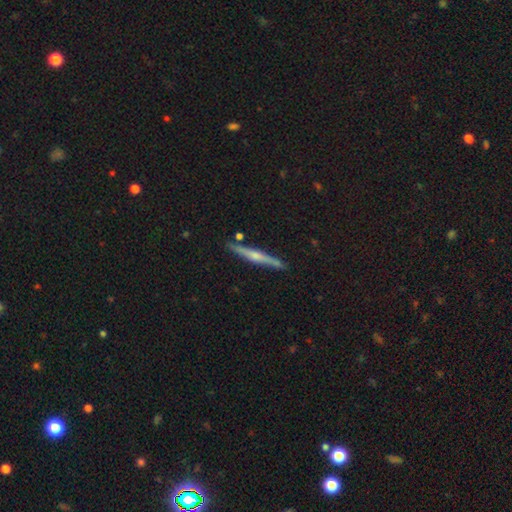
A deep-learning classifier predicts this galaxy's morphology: Smooth or featured?
  - featured or disk: 70% *
  - smooth: 24%
  - star or artifact: 6%
Edge-on disk?
  - yes: 98% *
  - no: 2%
Edge-on bulge?
  - rounded: 74% *
  - none: 16%
  - boxy: 10%
Merging?
  - none: 88% *
  - minor disturbance: 8%
  - merger: 2%
  - major disturbance: 2%